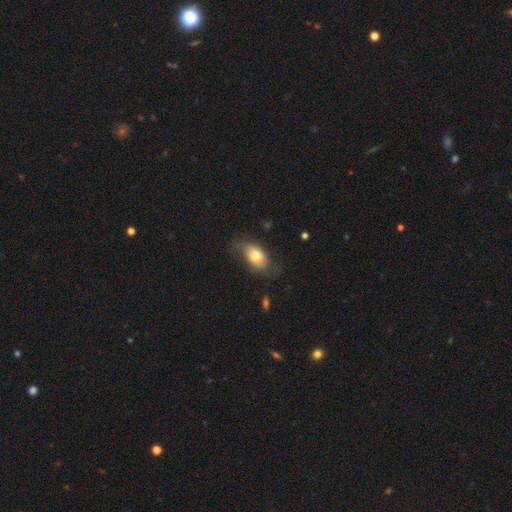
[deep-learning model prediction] smooth 71%, featured or disk 21%, star or artifact 7%. Down the decision tree: how rounded — in between (88%); merging — none (61%).